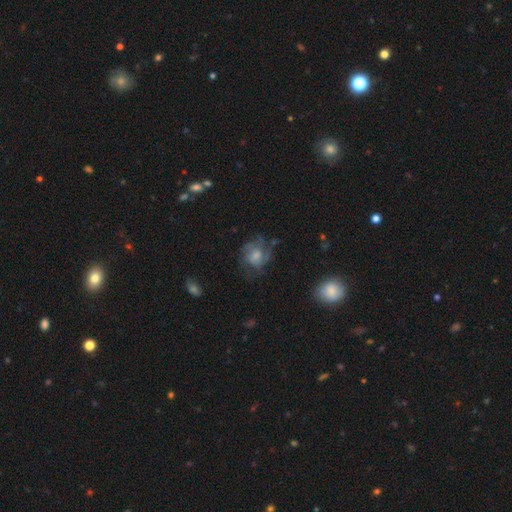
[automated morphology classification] smooth_or_featured: featured or disk (p=0.55) [alt: smooth p=0.35]
disk_edge_on: no (p=0.97) [alt: yes p=0.03]
bar: no (p=0.64) [alt: weak p=0.31]
has_spiral_arms: yes (p=0.67) [alt: no p=0.33]
bulge_size: moderate (p=0.40) [alt: small p=0.32]
merging: none (p=0.51) [alt: major disturbance p=0.24]